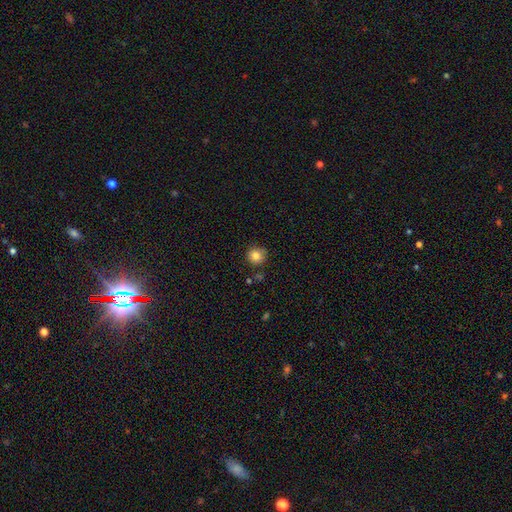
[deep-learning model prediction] Smooth or featured? smooth (83%)
How rounded? round (93%)
Merging? none (83%)